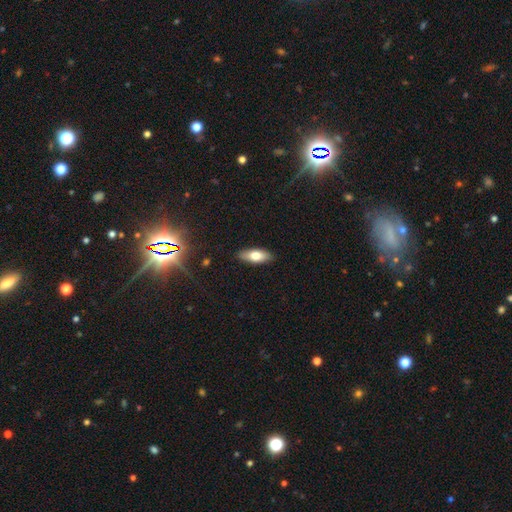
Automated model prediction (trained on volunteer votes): A smooth galaxy with no disk features (73%) that is in between round and cigar-shaped (76%).

Vote fractions:
- Smooth or featured? smooth: 73% / featured or disk: 20% / star or artifact: 7%
- How rounded? in between: 76% / cigar-shaped: 22% / round: 3%
- Merging? none: 88% / minor disturbance: 9% / major disturbance: 2% / merger: 1%